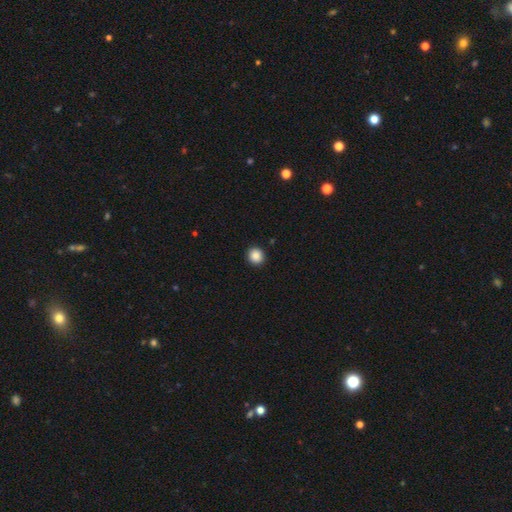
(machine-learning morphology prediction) Smooth or featured: smooth — 88% (star or artifact — 9%)
How rounded: round — 87% (in between — 12%)
Merging: none — 92% (minor disturbance — 5%)